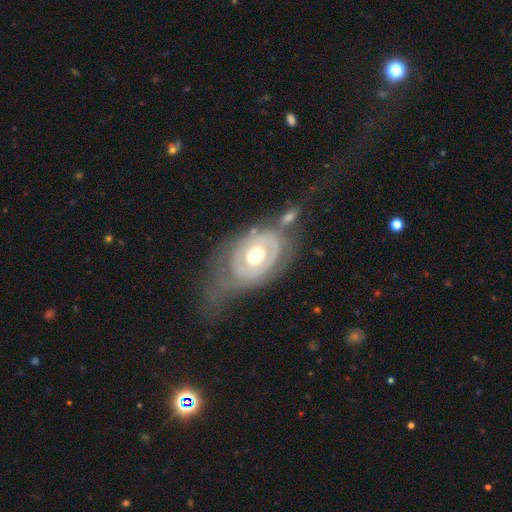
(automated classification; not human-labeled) Smooth or featured? featured or disk (72%)
Edge-on disk? no (93%)
Bar? no (84%)
Spiral arms? no (61%)
Bulge size? moderate (69%)
Merging? none (39%)